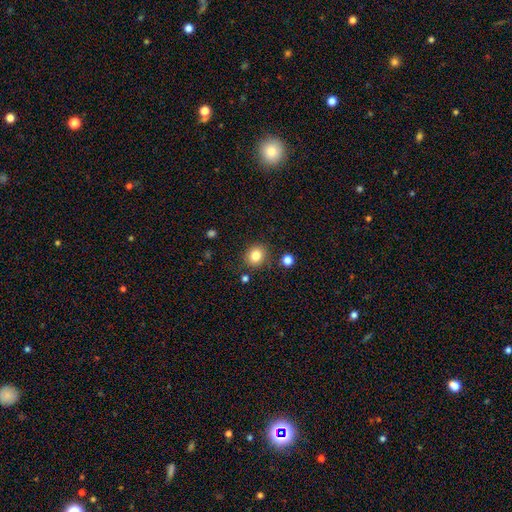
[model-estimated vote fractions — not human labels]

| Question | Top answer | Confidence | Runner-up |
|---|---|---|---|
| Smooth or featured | smooth | 82% | star or artifact (11%) |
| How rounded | round | 82% | in between (17%) |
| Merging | none | 85% | minor disturbance (9%) |